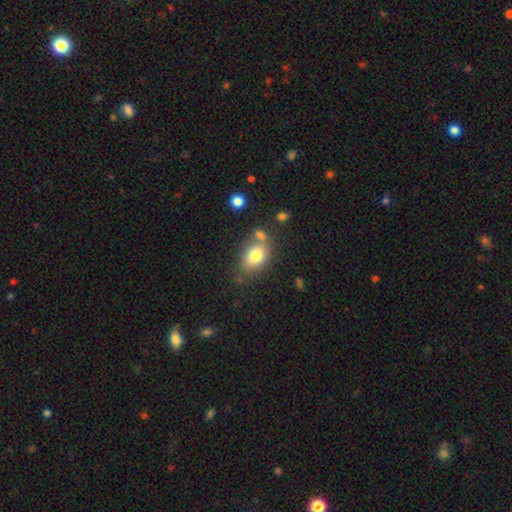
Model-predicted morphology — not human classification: Smooth or featured? Predicted: smooth (p=0.77). How rounded? Predicted: in between (p=0.79). Merging? Predicted: none (p=0.57).